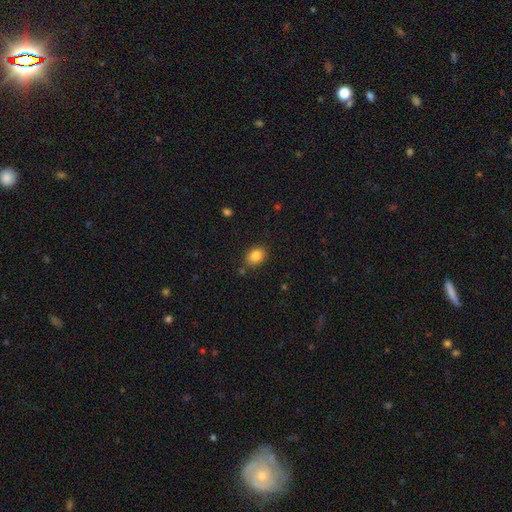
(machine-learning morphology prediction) A smooth galaxy with no disk features (84%) that is in between round and cigar-shaped (53%).

Vote fractions:
- Smooth or featured? smooth: 84% / star or artifact: 10% / featured or disk: 7%
- How rounded? in between: 53% / round: 46% / cigar-shaped: 1%
- Merging? none: 82% / minor disturbance: 12% / merger: 3% / major disturbance: 3%